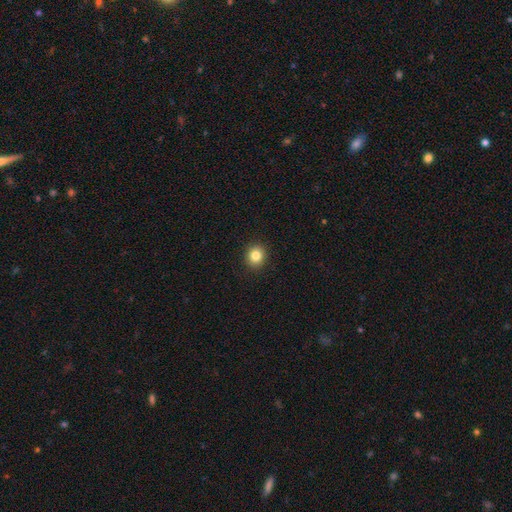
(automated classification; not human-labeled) The model was most divided on "how rounded": round: 83%, in between: 16%, cigar-shaped: 1%. More confident: merging — none (92%); smooth or featured — smooth (83%).